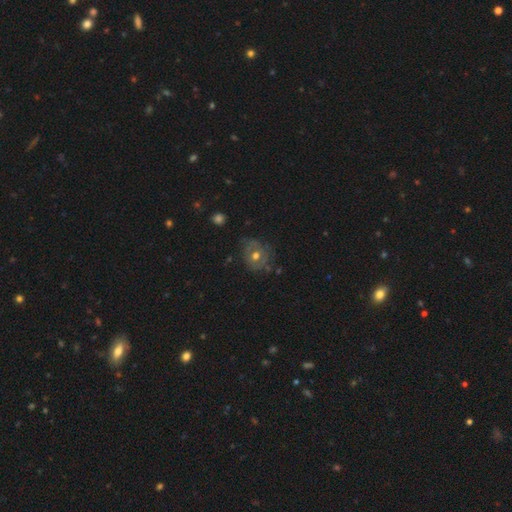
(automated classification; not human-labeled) smooth_or_featured: featured or disk (p=0.49) [alt: smooth p=0.36]
merging: none (p=0.69) [alt: minor disturbance p=0.20]